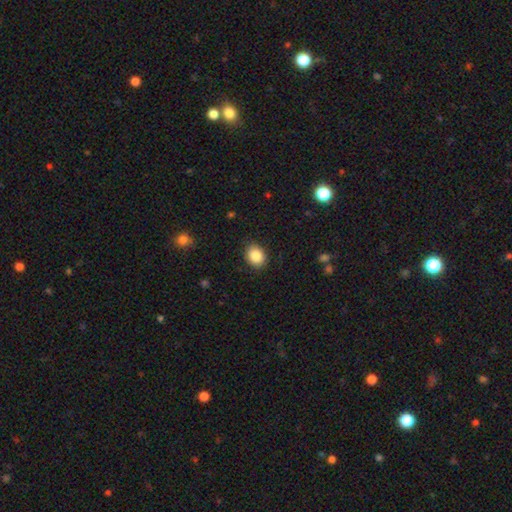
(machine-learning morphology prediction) The model was most divided on "how rounded": round: 51%, in between: 49%, cigar-shaped: 1%. More confident: smooth or featured — smooth (88%); merging — none (87%).